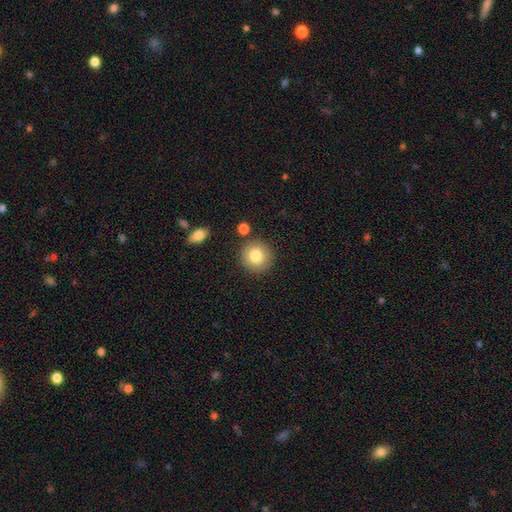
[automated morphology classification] type=smooth (81%); roundness=round (93%); merging=none (85%).